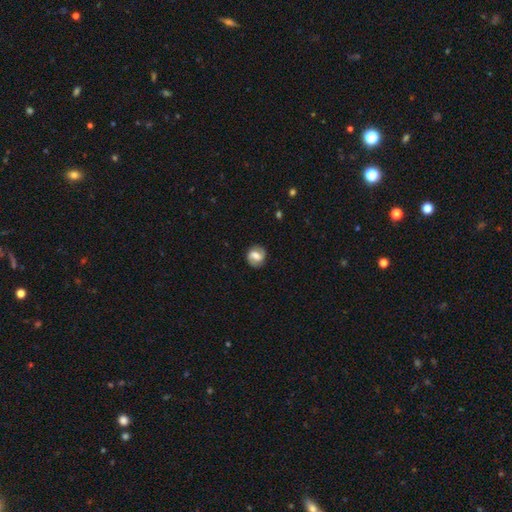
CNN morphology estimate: A featured or disk galaxy (63%) with a weak bar (46%), 2 (89%) medium (45%) spiral arms (87%) and a moderate central bulge (48%). Merging: none (84%).